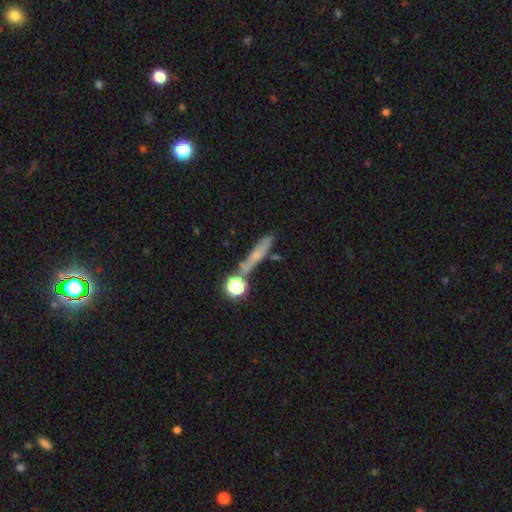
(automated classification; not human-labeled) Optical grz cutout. It shows a smooth galaxy with no disk features (49%). Merging: none (69%).